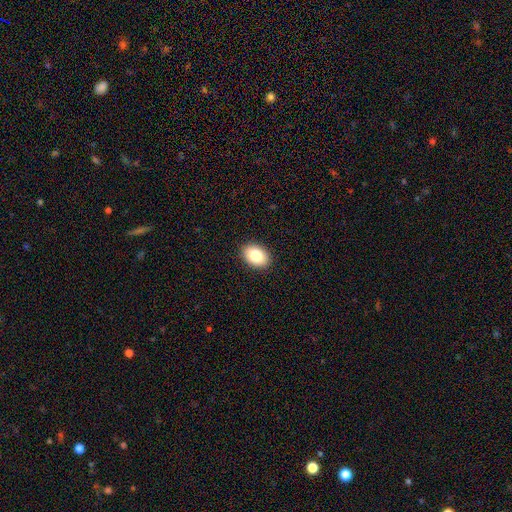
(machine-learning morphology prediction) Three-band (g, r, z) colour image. It shows a smooth galaxy with no disk features (83%) that is in between round and cigar-shaped (81%). Merging: none (91%).